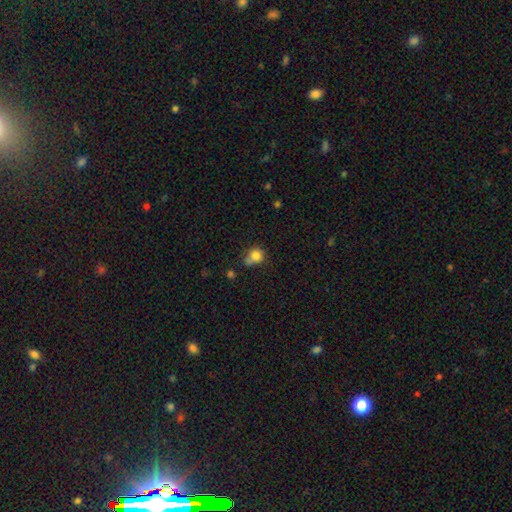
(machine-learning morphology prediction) A smooth galaxy with no disk features (81%) that is round (75%). Merging: none (45%).